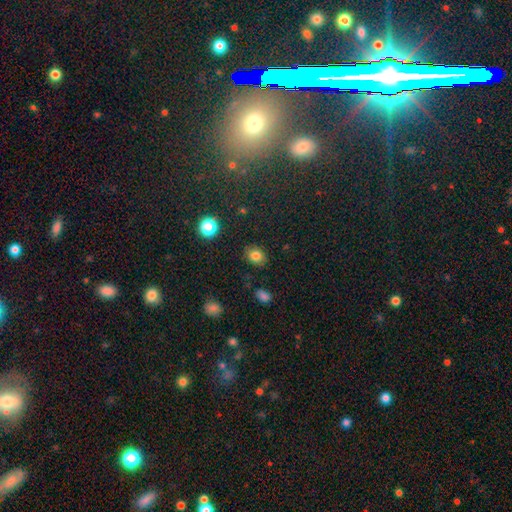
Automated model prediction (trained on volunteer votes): Q: Smooth or featured?
A: smooth (81%); runner-up: star or artifact (11%)
Q: How rounded?
A: in between (54%); runner-up: round (45%)
Q: Merging?
A: none (86%); runner-up: minor disturbance (10%)